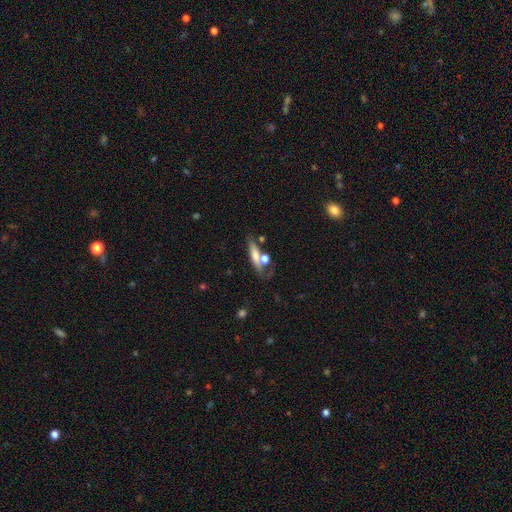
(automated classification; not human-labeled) Q: Smooth or featured?
A: smooth (58%); runner-up: featured or disk (33%)
Q: How rounded?
A: cigar-shaped (59%); runner-up: in between (34%)
Q: Merging?
A: none (44%); runner-up: merger (28%)